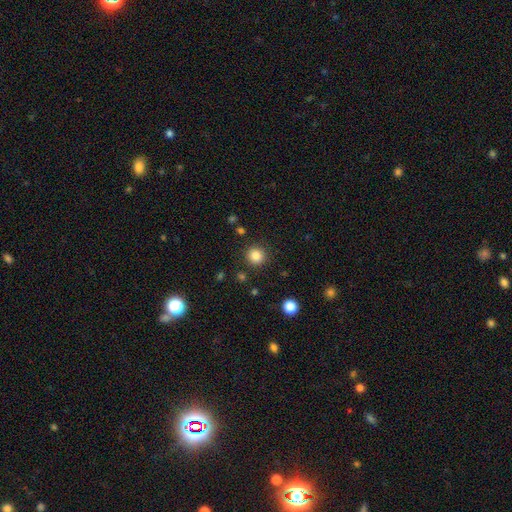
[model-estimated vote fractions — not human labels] A smooth galaxy with no disk features (85%) that is round (94%). Merging: none (90%).